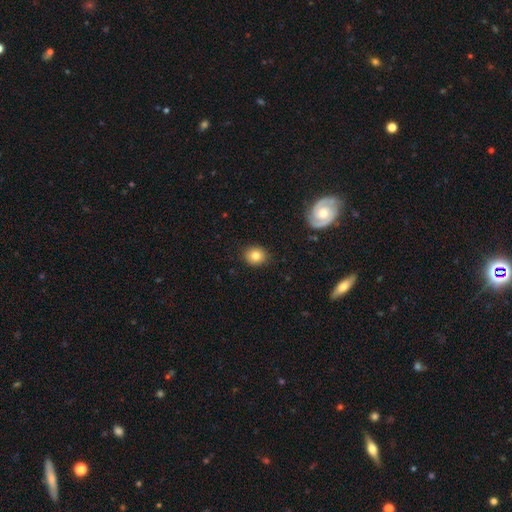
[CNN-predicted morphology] This appears to be a smooth galaxy with no disk features (81%) that is round (77%). Merging: none (89%).